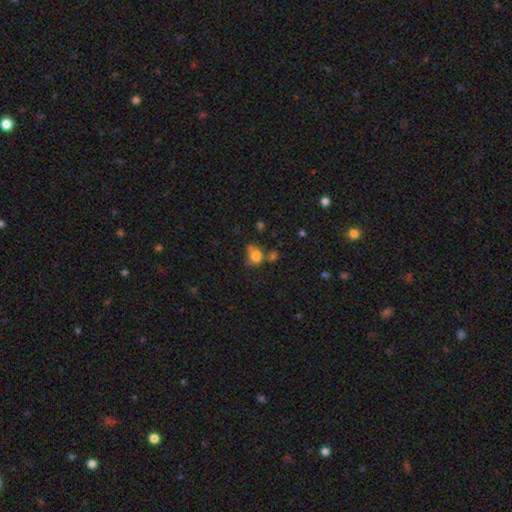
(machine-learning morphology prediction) This is likely a smooth galaxy (75%). How rounded: possibly round (58%). Merging: marginally none (37%).